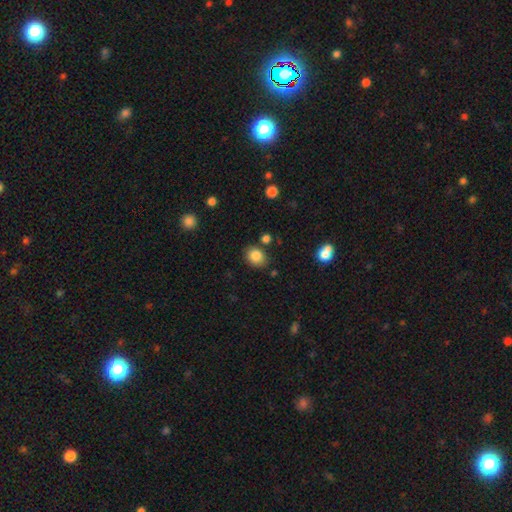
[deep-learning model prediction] Smooth or featured: smooth — 85% (star or artifact — 10%)
How rounded: round — 52% (in between — 47%)
Merging: none — 79% (minor disturbance — 13%)